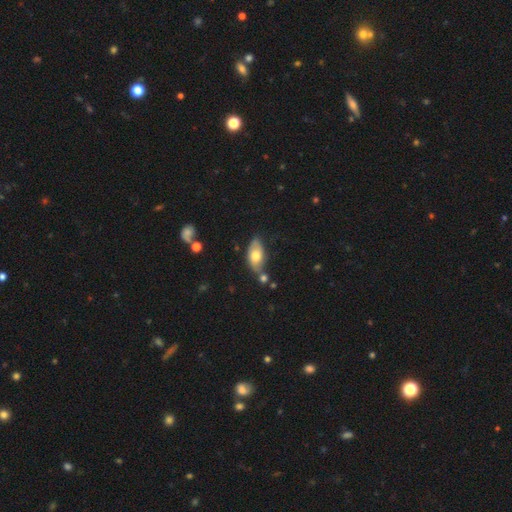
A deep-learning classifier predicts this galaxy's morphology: Smooth or featured? Predicted: smooth (p=0.67). How rounded? Predicted: in between (p=0.91). Merging? Predicted: none (p=0.60).